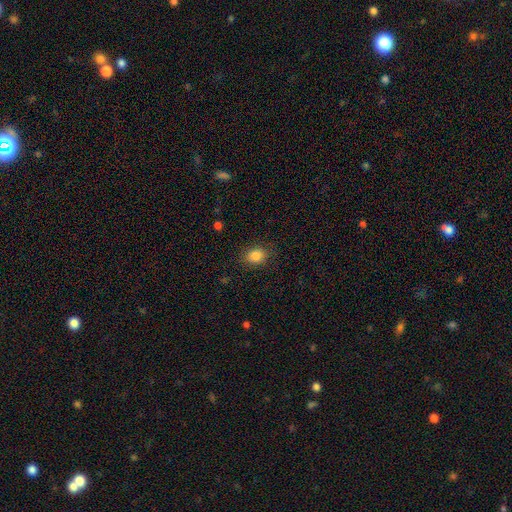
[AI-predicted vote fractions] A smooth galaxy with no disk features (85%) that is round (51%).

Vote fractions:
- Smooth or featured? smooth: 85% / star or artifact: 10% / featured or disk: 5%
- How rounded? round: 51% / in between: 48% / cigar-shaped: 1%
- Merging? none: 84% / minor disturbance: 11% / major disturbance: 4% / merger: 1%